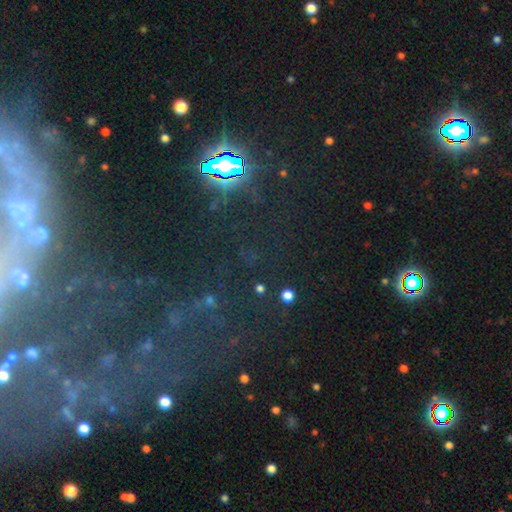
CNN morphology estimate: smooth_or_featured: star or artifact (p=0.73) [alt: featured or disk p=0.14]